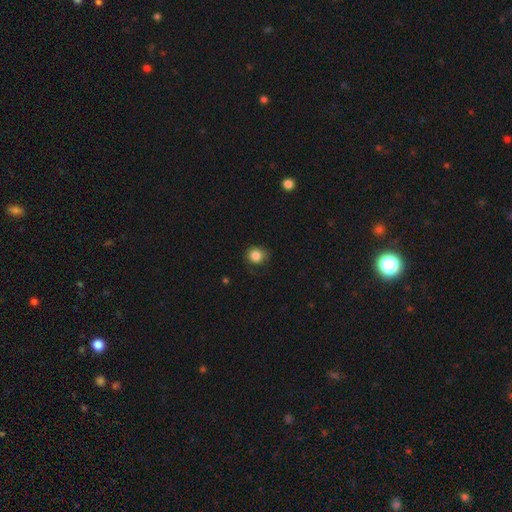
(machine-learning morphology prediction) The model was most divided on "merging": none: 77%, minor disturbance: 18%, major disturbance: 4%, merger: 1%. More confident: smooth or featured — smooth (85%); how rounded — round (82%).